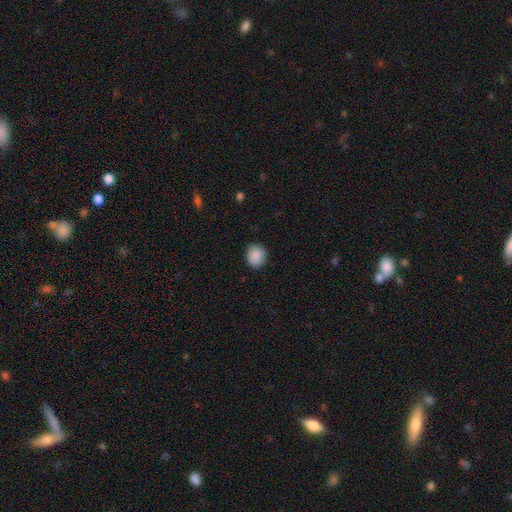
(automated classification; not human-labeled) A smooth galaxy with no disk features (89%) that is round (63%). Merging: none (86%).